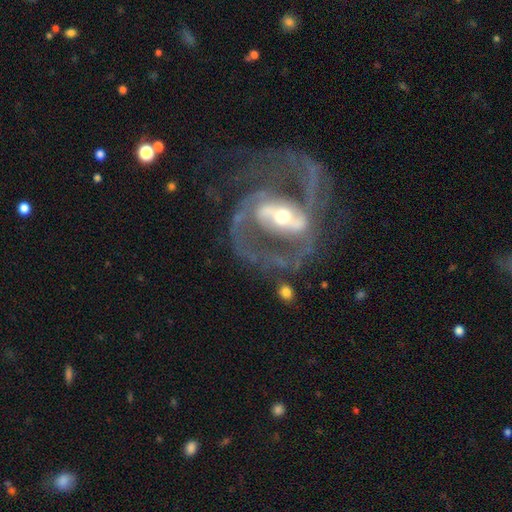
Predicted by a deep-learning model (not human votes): smooth-or-featured: featured or disk: 89% | star or artifact: 6% | smooth: 5%
  disk-edge-on: no: 97% | yes: 3%
    bar: strong: 53% | weak: 31% | no: 16%
    has-spiral-arms: yes: 91% | no: 9%
      spiral-winding: medium: 54% | tight: 23% | loose: 23%
      spiral-arm-count: 2: 82% | can't tell: 7% | 3: 4% | 1: 4% | 4: 2% | more than 4: 2%
    bulge-size: moderate: 52% | small: 38% | large: 7% | none: 1% | dominant: 1%
  merging: none: 50% | major disturbance: 27% | minor disturbance: 15% | merger: 8%